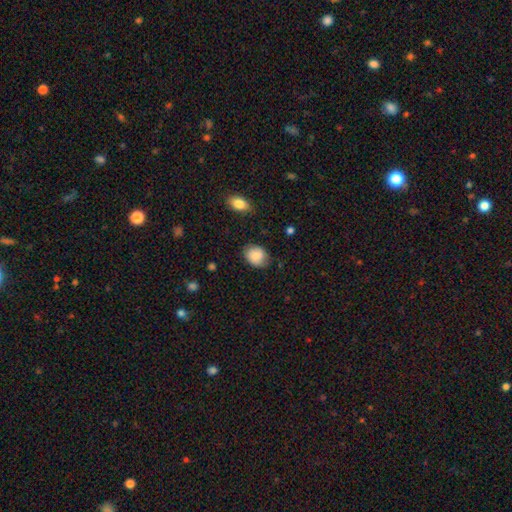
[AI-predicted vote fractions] This appears to be a smooth galaxy with no disk features (84%) that is in between round and cigar-shaped (53%). Merging: none (75%).